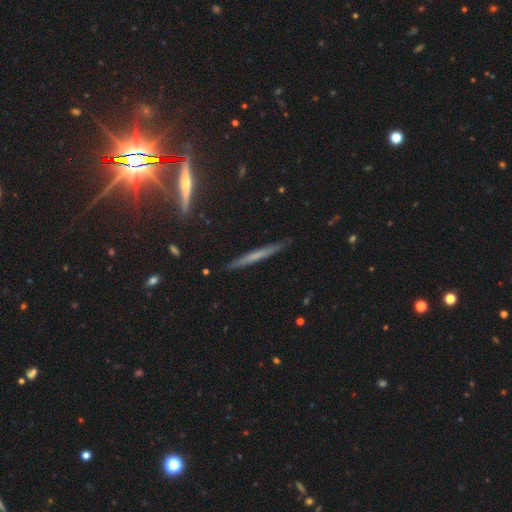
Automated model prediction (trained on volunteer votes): A featured or disk galaxy (52%) viewed edge-on (96%). Merging: none (87%).